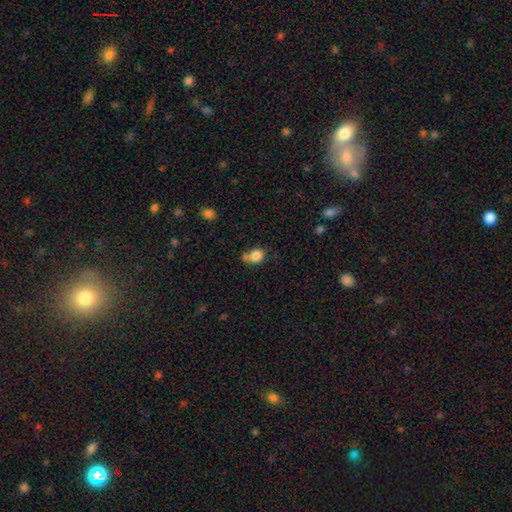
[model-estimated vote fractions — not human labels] Smooth or featured? Predicted: smooth (p=0.83). How rounded? Predicted: round (p=0.56). Merging? Predicted: none (p=0.43).